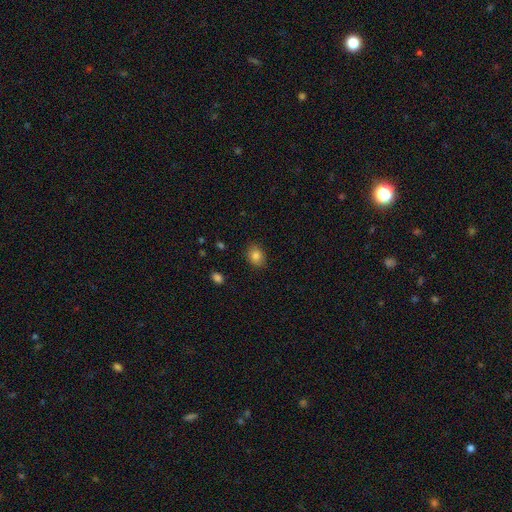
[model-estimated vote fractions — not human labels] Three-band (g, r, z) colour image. It shows a smooth galaxy with no disk features (83%) that is in between round and cigar-shaped (52%). Merging: none (88%).